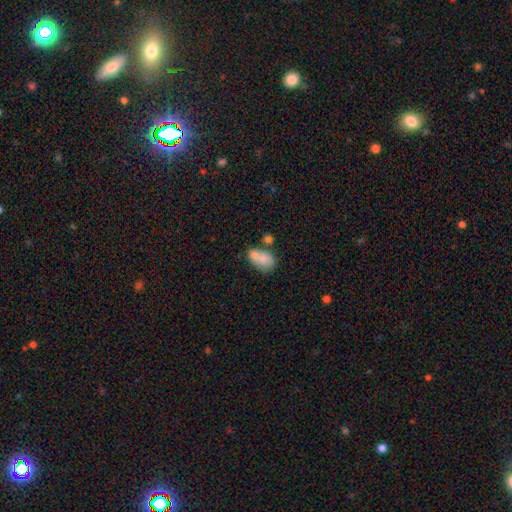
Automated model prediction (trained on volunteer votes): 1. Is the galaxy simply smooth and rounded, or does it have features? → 72% smooth, 18% featured or disk, 10% star or artifact.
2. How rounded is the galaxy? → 75% in between, 24% round, 2% cigar-shaped.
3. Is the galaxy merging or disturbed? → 45% merger, 32% none, 15% minor disturbance, 8% major disturbance.